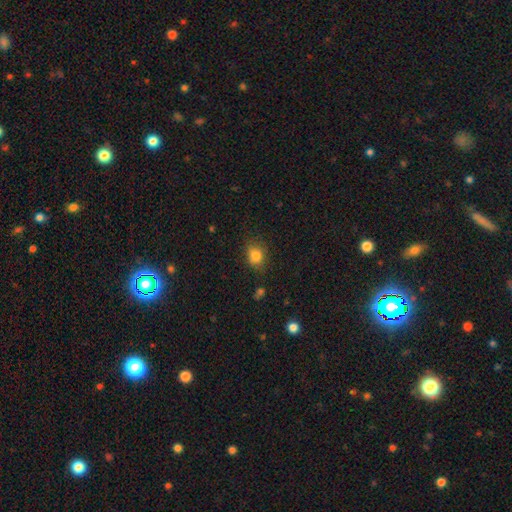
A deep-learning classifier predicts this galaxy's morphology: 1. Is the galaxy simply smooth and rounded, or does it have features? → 82% smooth, 11% star or artifact, 7% featured or disk.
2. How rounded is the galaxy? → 51% in between, 48% round, 1% cigar-shaped.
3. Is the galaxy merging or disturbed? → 75% none, 18% minor disturbance, 5% major disturbance, 2% merger.